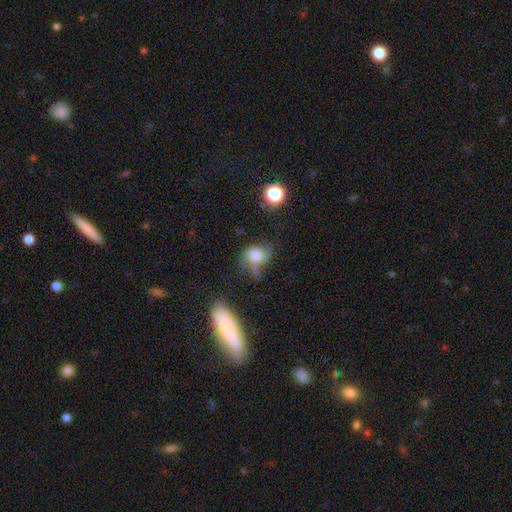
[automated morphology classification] Smooth or featured: smooth — 62% (featured or disk — 26%)
How rounded: round — 54% (in between — 45%)
Merging: none — 33% (major disturbance — 31%)